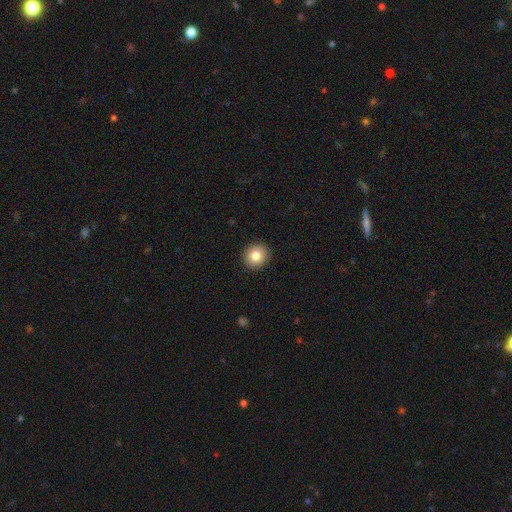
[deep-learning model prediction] Overall: smooth (83%). How rounded: round (87%). Merging: none (92%).